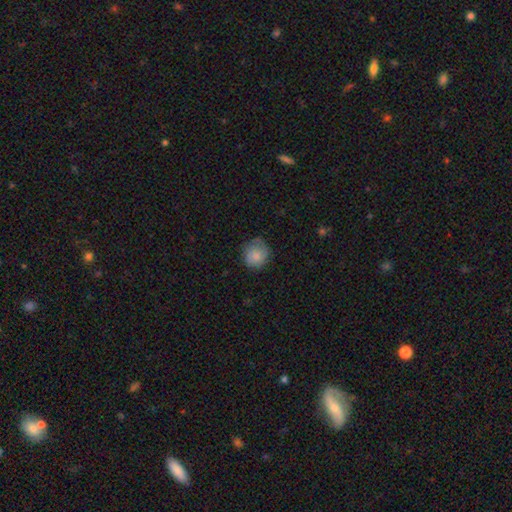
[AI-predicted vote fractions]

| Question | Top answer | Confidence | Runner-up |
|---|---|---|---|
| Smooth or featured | smooth | 82% | featured or disk (11%) |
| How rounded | round | 87% | in between (12%) |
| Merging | none | 69% | minor disturbance (24%) |